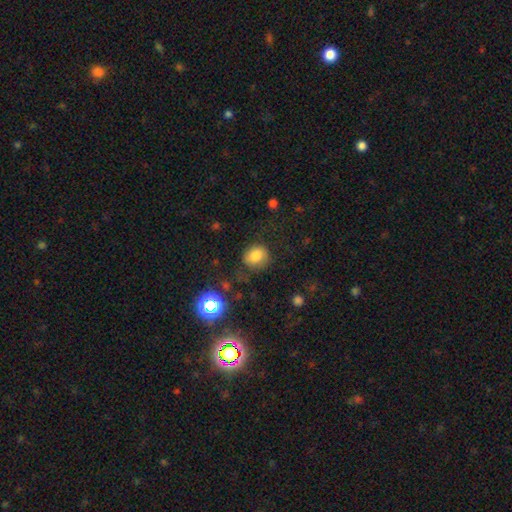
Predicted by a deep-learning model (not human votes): Smooth or featured?
  - smooth: 78% *
  - star or artifact: 14%
  - featured or disk: 9%
How rounded?
  - round: 71% *
  - in between: 28%
  - cigar-shaped: 1%
Merging?
  - none: 71% *
  - minor disturbance: 18%
  - major disturbance: 8%
  - merger: 3%